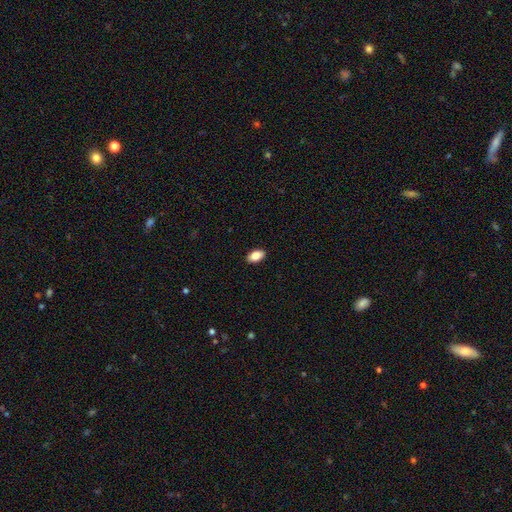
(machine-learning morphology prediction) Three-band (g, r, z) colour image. It shows a smooth galaxy with no disk features (87%) that is in between round and cigar-shaped (93%). Merging: none (90%).